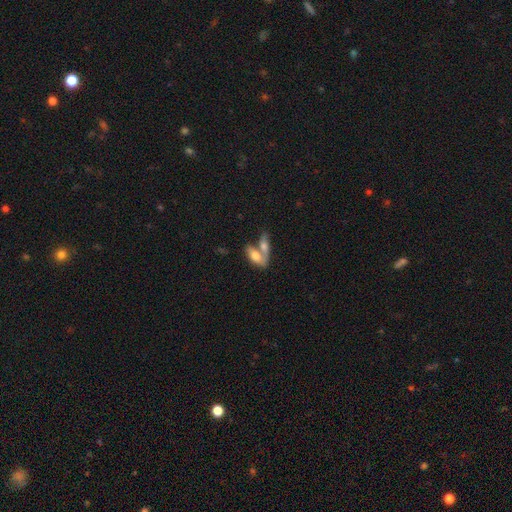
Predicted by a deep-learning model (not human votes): Smooth or featured?
  - smooth: 67% *
  - featured or disk: 26%
  - star or artifact: 7%
How rounded?
  - in between: 84% *
  - cigar-shaped: 12%
  - round: 4%
Merging?
  - merger: 64% *
  - none: 24%
  - minor disturbance: 8%
  - major disturbance: 5%